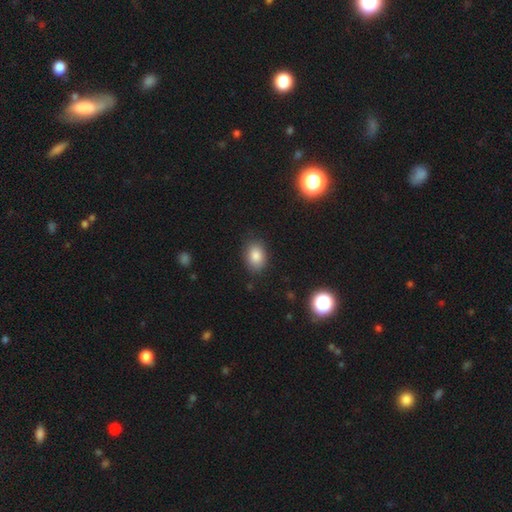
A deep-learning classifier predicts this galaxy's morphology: smooth-or-featured: smooth: 85% | star or artifact: 9% | featured or disk: 6%
  how-rounded: in between: 78% | round: 21% | cigar-shaped: 1%
  merging: none: 84% | minor disturbance: 12% | major disturbance: 3% | merger: 1%